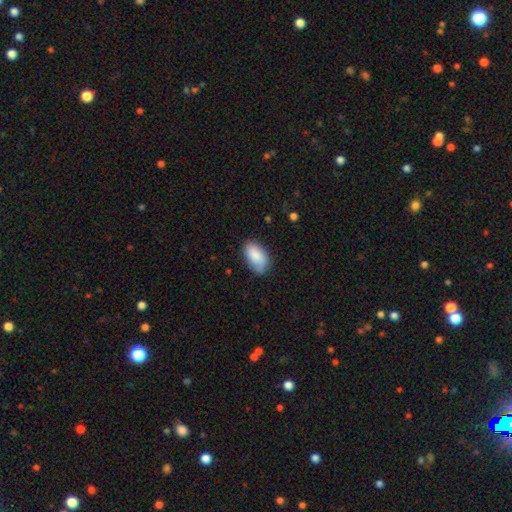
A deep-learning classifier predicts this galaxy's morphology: A smooth galaxy with no disk features (85%) that is in between round and cigar-shaped (94%). Merging: none (74%).